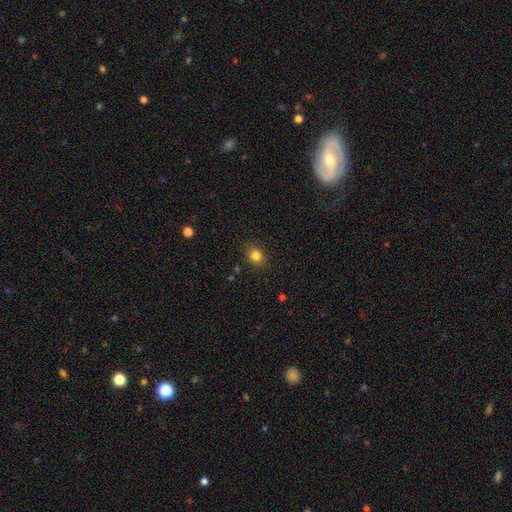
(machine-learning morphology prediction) This appears to be a smooth galaxy with no disk features (82%) that is round (62%). Merging: none (87%).